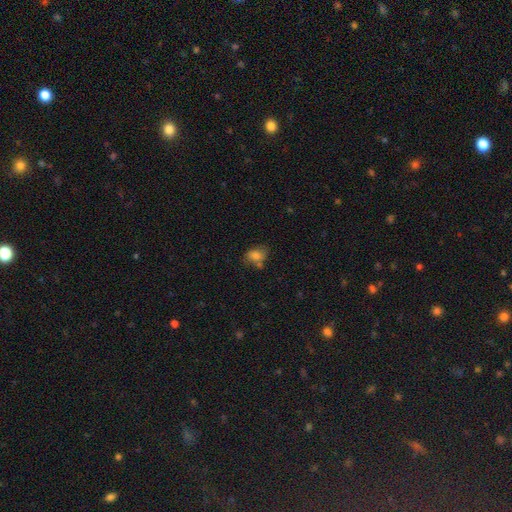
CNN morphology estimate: Q: Smooth or featured?
A: smooth (73%); runner-up: featured or disk (16%)
Q: How rounded?
A: in between (71%); runner-up: round (27%)
Q: Merging?
A: none (52%); runner-up: minor disturbance (23%)